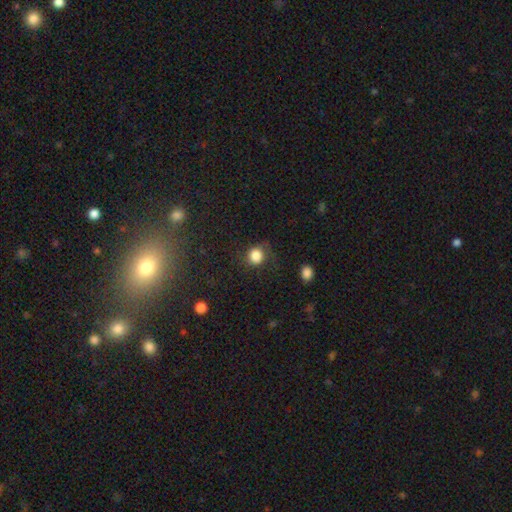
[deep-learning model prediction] smooth_or_featured: smooth (p=0.83) [alt: star or artifact p=0.10]
how_rounded: round (p=0.82) [alt: in between p=0.17]
merging: none (p=0.64) [alt: minor disturbance p=0.22]